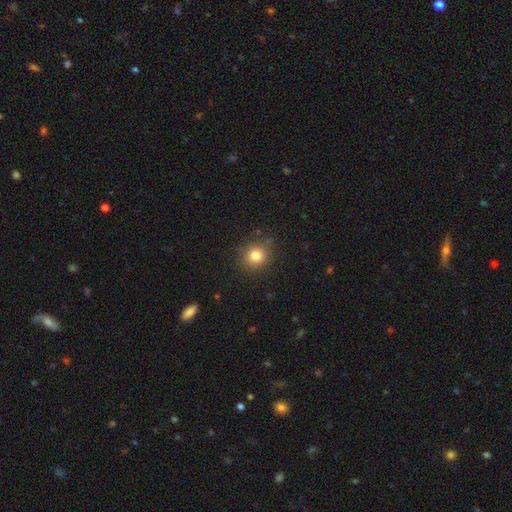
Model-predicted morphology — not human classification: This is clearly a smooth galaxy (80%). How rounded: clearly round (87%). Merging: clearly none (85%).